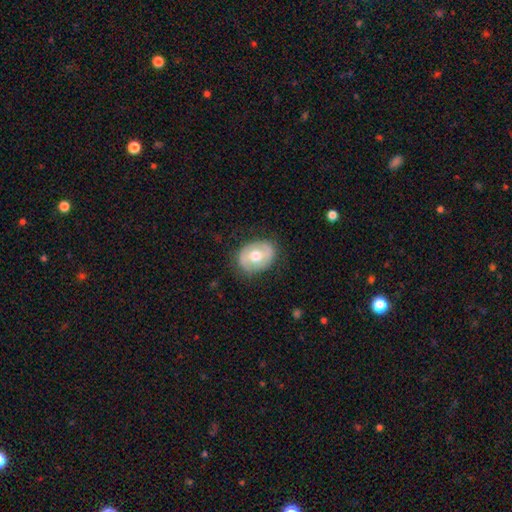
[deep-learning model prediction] A smooth galaxy with no disk features (51%) that is in between round and cigar-shaped (60%).

Vote fractions:
- Smooth or featured? smooth: 51% / featured or disk: 43% / star or artifact: 6%
- How rounded? in between: 60% / round: 39% / cigar-shaped: 1%
- Merging? none: 79% / minor disturbance: 15% / major disturbance: 5% / merger: 1%